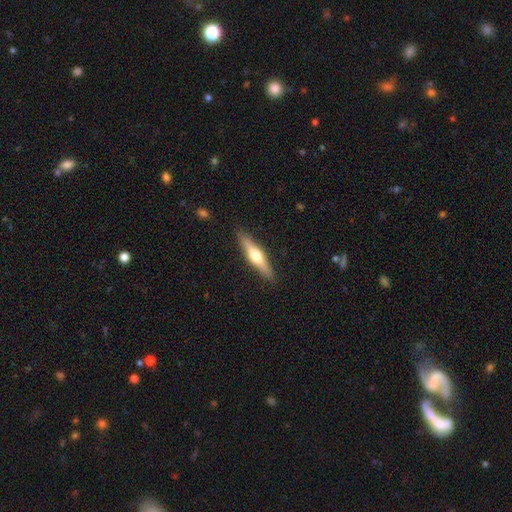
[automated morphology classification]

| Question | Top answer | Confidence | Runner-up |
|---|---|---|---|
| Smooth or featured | featured or disk | 58% | smooth (37%) |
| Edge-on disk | yes | 96% | no (4%) |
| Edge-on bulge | rounded | 93% | boxy (4%) |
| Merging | none | 90% | minor disturbance (7%) |